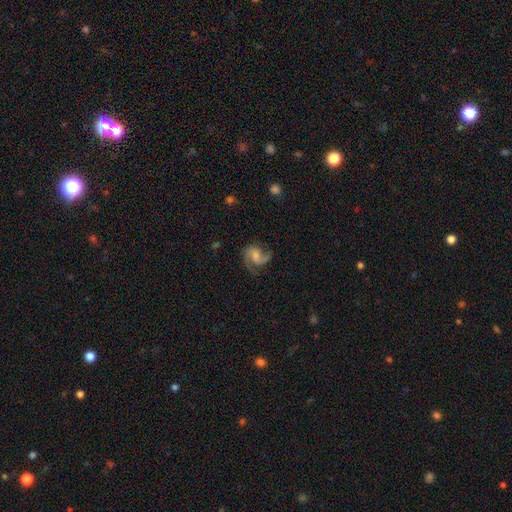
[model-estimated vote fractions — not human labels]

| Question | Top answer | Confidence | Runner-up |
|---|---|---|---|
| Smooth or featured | featured or disk | 84% | smooth (10%) |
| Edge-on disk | no | 98% | yes (2%) |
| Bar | no | 46% | weak (43%) |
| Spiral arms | yes | 97% | no (3%) |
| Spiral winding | medium | 56% | loose (26%) |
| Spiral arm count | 2 | 86% | 1 (4%) |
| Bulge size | moderate | 34% | small (32%) |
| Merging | none | 70% | minor disturbance (17%) |